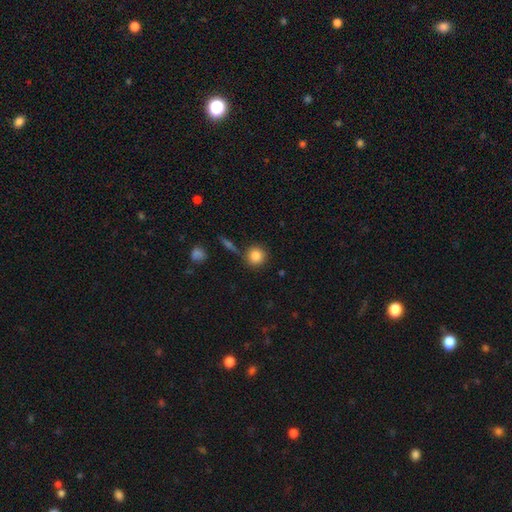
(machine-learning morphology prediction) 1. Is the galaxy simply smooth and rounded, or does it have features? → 85% smooth, 9% star or artifact, 6% featured or disk.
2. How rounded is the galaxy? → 91% round, 7% in between, 1% cigar-shaped.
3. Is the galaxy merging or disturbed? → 80% none, 10% minor disturbance, 7% merger, 3% major disturbance.